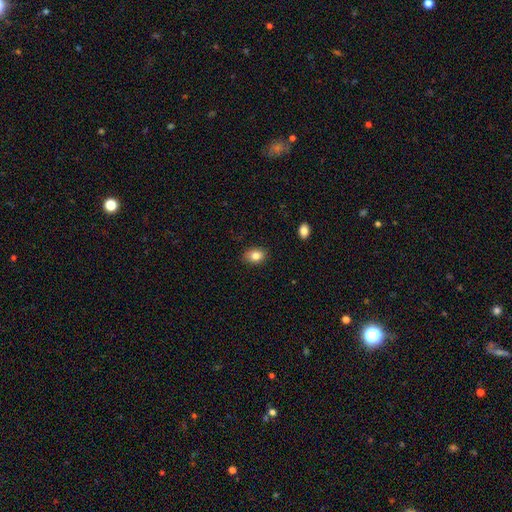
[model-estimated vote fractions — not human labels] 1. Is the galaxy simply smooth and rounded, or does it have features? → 84% smooth, 9% star or artifact, 8% featured or disk.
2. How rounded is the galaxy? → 73% in between, 26% round, 1% cigar-shaped.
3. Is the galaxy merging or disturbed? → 86% none, 11% minor disturbance, 2% major disturbance, 1% merger.